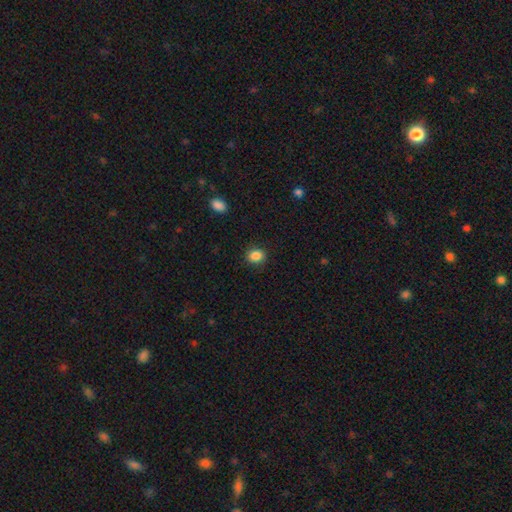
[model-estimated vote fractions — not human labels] Q: Smooth or featured?
A: smooth (87%); runner-up: star or artifact (10%)
Q: How rounded?
A: round (62%); runner-up: in between (37%)
Q: Merging?
A: none (87%); runner-up: minor disturbance (9%)